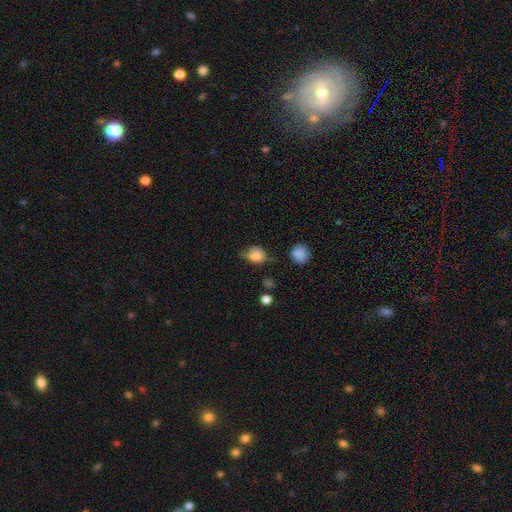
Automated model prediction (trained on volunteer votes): Morphology: type=smooth (82%); roundness=round (65%); merging=none (56%).